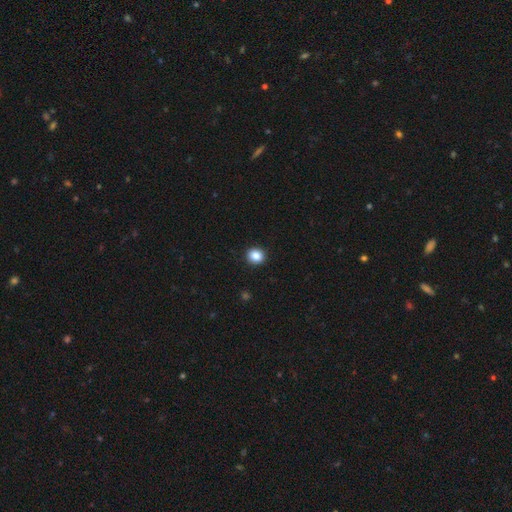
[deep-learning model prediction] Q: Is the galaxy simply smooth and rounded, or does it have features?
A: smooth — 86%.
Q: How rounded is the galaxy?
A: round — 82%.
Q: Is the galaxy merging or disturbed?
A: none — 92%.